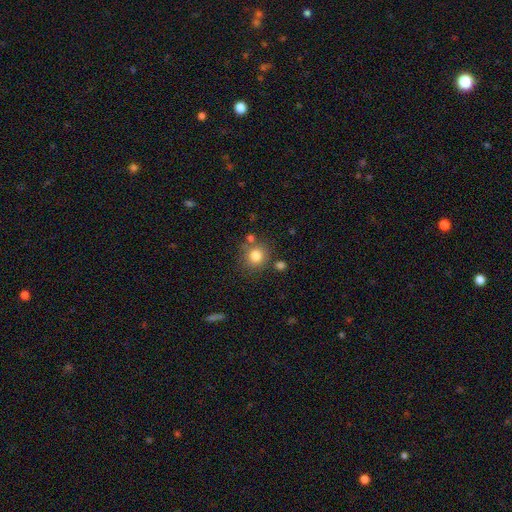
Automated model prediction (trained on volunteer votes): A smooth galaxy with no disk features (82%) that is round (88%).

Vote fractions:
- Smooth or featured? smooth: 82% / star or artifact: 11% / featured or disk: 7%
- How rounded? round: 88% / in between: 11% / cigar-shaped: 1%
- Merging? none: 75% / minor disturbance: 11% / merger: 9% / major disturbance: 4%